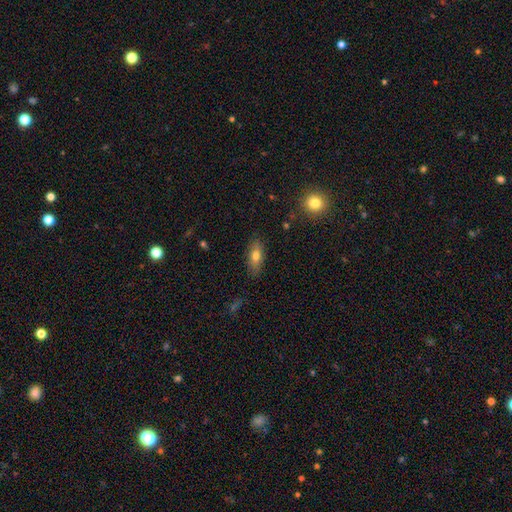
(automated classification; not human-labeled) Smooth or featured?
  - smooth: 73% *
  - featured or disk: 19%
  - star or artifact: 8%
How rounded?
  - in between: 78% *
  - cigar-shaped: 18%
  - round: 4%
Merging?
  - none: 84% *
  - minor disturbance: 12%
  - major disturbance: 3%
  - merger: 1%